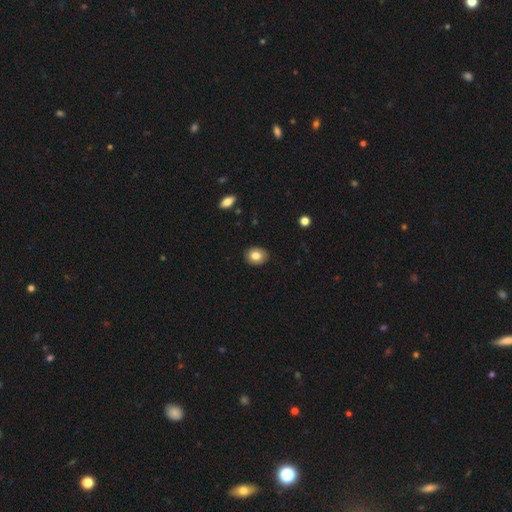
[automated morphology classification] smooth-or-featured: smooth: 82% | featured or disk: 10% | star or artifact: 8%
  how-rounded: round: 58% | in between: 41% | cigar-shaped: 1%
  merging: none: 90% | minor disturbance: 8% | major disturbance: 2% | merger: 1%